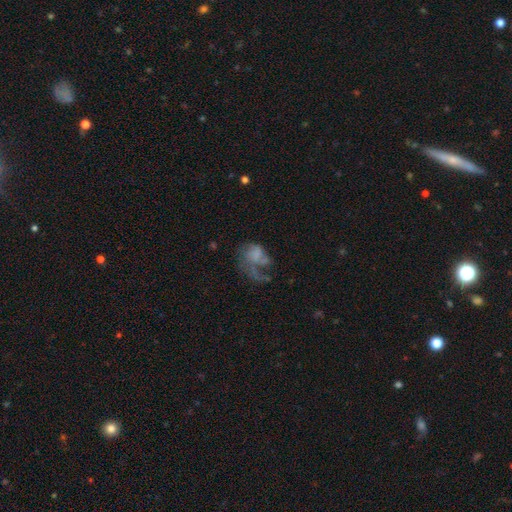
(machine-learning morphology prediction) The model was most divided on "spiral arms": no: 52%, yes: 48%. More confident: edge-on disk — no (98%); bar — no (83%); bulge size — none (67%); merging — major disturbance (56%); smooth or featured — featured or disk (51%).